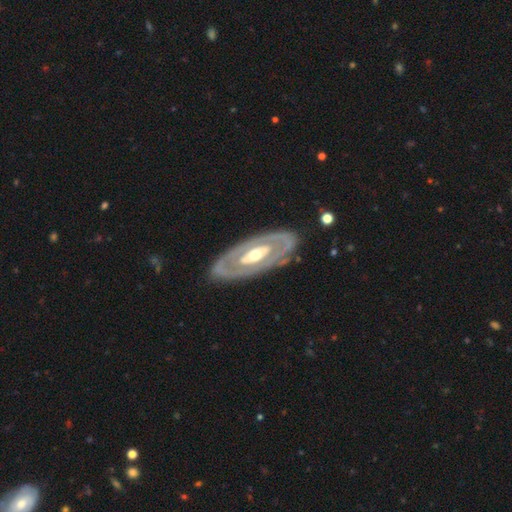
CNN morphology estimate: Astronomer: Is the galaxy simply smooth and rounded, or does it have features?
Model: featured or disk — 79%.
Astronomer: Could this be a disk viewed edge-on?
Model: no — 87%.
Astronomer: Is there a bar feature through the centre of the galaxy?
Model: no — 58%.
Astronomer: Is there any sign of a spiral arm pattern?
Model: no — 60% (runner-up: yes, 40%).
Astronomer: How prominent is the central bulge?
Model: moderate — 70%.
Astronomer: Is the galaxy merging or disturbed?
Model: none — 84%.